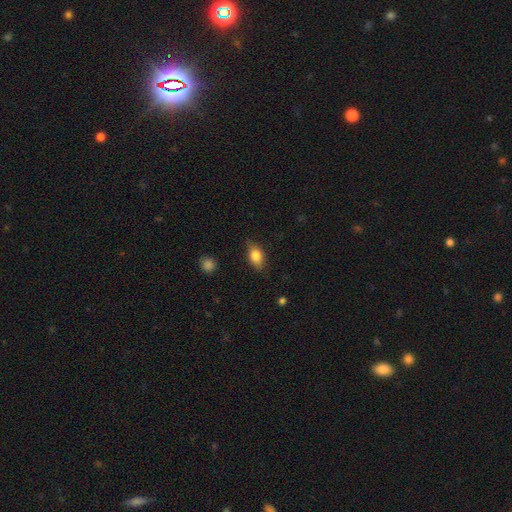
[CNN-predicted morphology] type=smooth (81%); roundness=in between (84%); merging=none (80%).